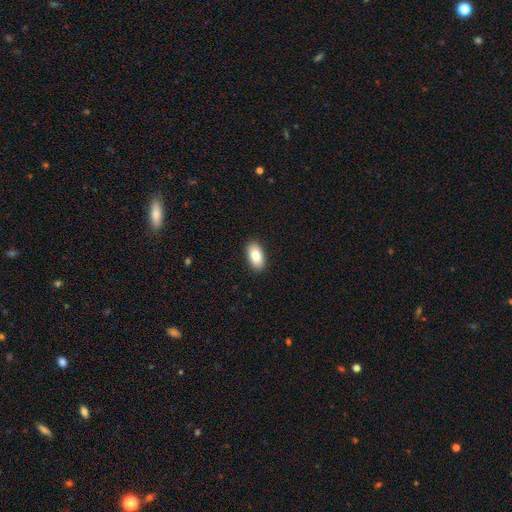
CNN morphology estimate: smooth 84%, featured or disk 9%, star or artifact 7%. Down the decision tree: how rounded — in between (94%); merging — none (90%).